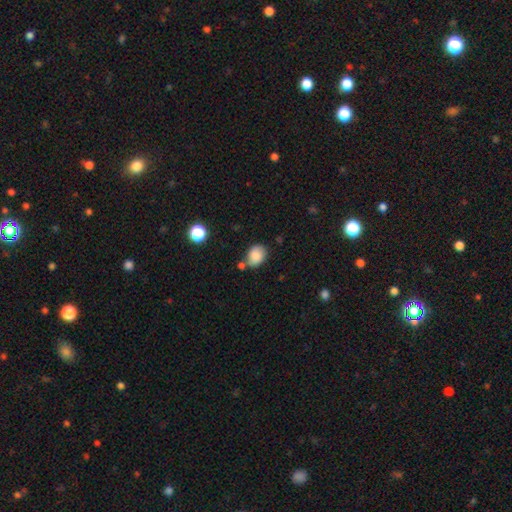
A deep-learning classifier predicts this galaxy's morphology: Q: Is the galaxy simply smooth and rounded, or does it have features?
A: smooth — 83%.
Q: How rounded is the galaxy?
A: in between — 58%.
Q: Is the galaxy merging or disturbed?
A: none — 60%.